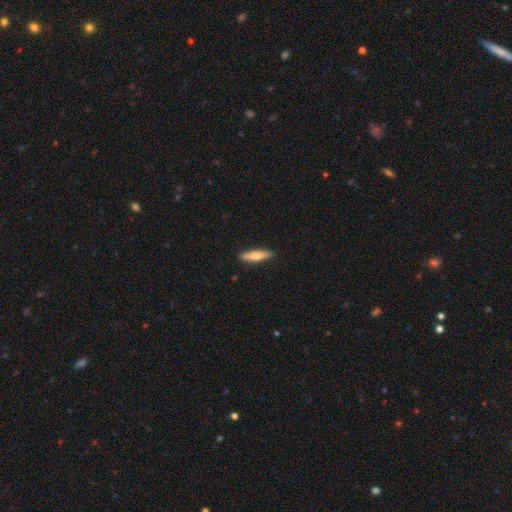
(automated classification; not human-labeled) smooth-or-featured: smooth: 68% | featured or disk: 27% | star or artifact: 5%
  how-rounded: cigar-shaped: 79% | in between: 19% | round: 2%
  merging: none: 89% | minor disturbance: 8% | major disturbance: 2% | merger: 1%